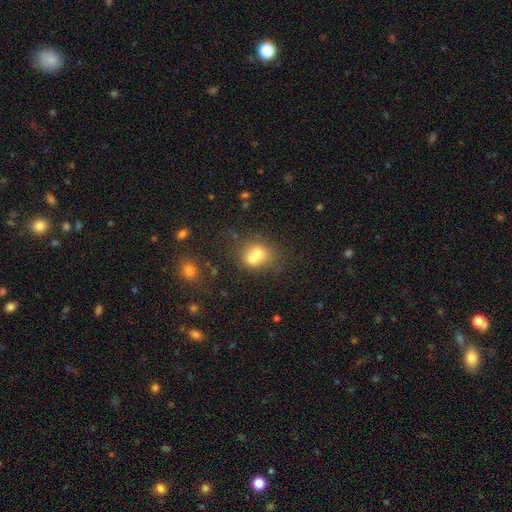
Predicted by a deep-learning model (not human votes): This is likely a smooth galaxy (66%). How rounded: likely round (69%). Merging: likely merger (60%).